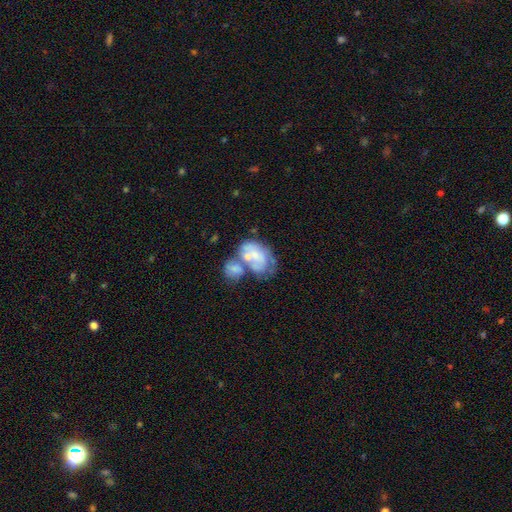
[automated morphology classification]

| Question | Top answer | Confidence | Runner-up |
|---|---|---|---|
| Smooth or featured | smooth | 46% | tied: featured or disk (46%) |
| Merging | merger | 56% | none (17%) |